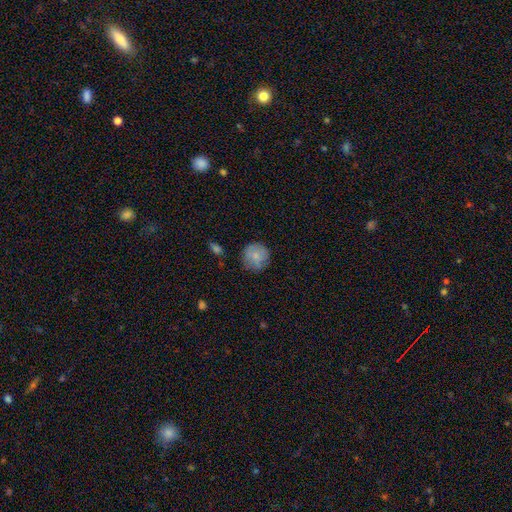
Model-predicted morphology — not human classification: Q: Smooth or featured?
A: smooth (77%); runner-up: featured or disk (15%)
Q: How rounded?
A: round (92%); runner-up: in between (7%)
Q: Merging?
A: none (76%); runner-up: minor disturbance (18%)